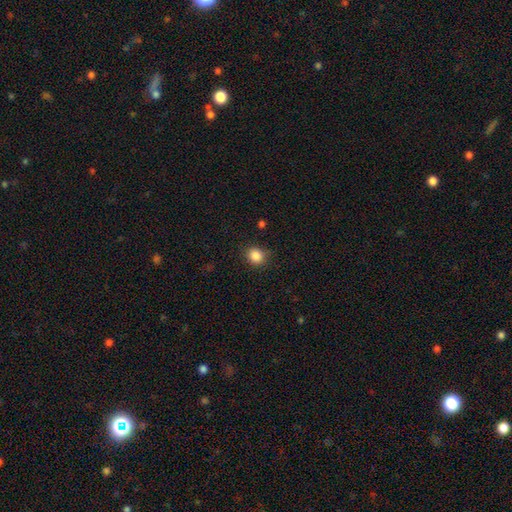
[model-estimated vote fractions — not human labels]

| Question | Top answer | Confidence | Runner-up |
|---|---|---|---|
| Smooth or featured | smooth | 86% | star or artifact (10%) |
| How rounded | round | 80% | in between (19%) |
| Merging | none | 86% | minor disturbance (10%) |